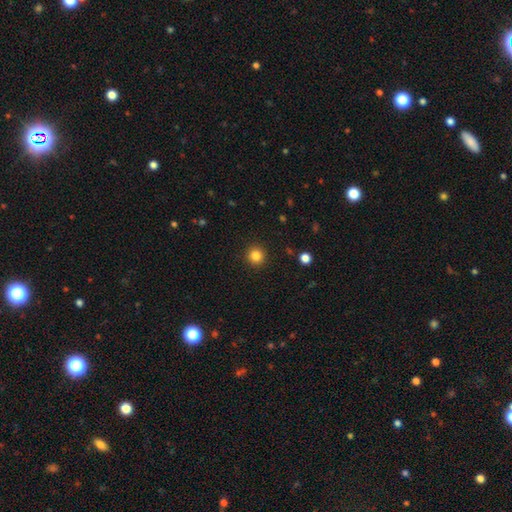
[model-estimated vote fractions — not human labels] smooth-or-featured: smooth: 83% | star or artifact: 12% | featured or disk: 4%
  how-rounded: round: 94% | in between: 5% | cigar-shaped: 1%
  merging: none: 92% | minor disturbance: 5% | major disturbance: 2% | merger: 1%